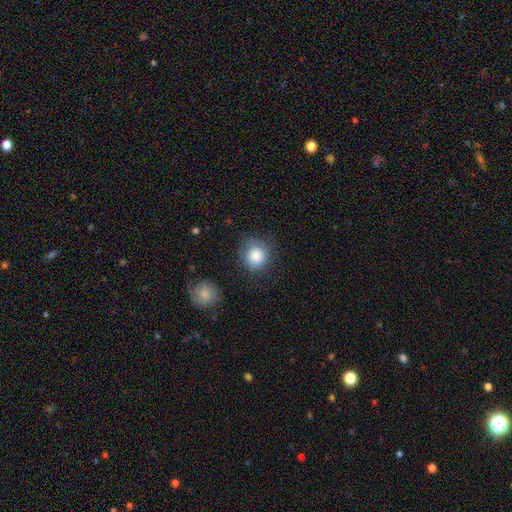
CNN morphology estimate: Smooth or featured: smooth — 84% (featured or disk — 8%)
How rounded: round — 86% (in between — 13%)
Merging: none — 73% (minor disturbance — 18%)